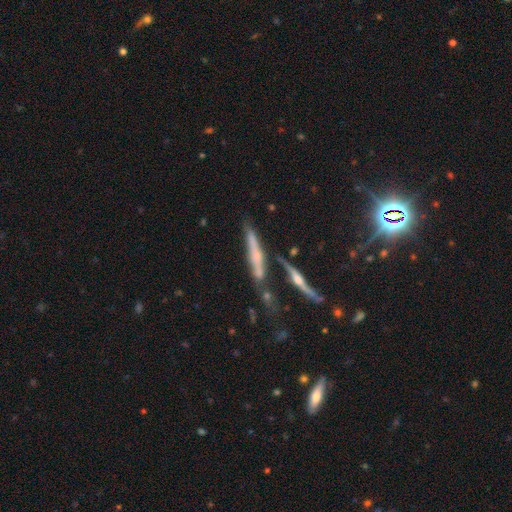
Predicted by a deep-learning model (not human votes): This appears to be a featured or disk galaxy (56%) viewed edge-on (90%) with a rounded central bulge (52%). Merging: none (56%).